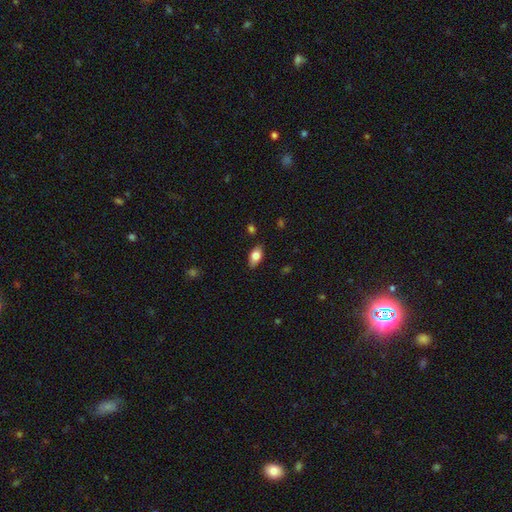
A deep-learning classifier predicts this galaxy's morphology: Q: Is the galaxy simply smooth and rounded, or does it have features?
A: smooth — 75%.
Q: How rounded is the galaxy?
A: in between — 89%.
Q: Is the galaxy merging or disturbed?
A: none — 85%.